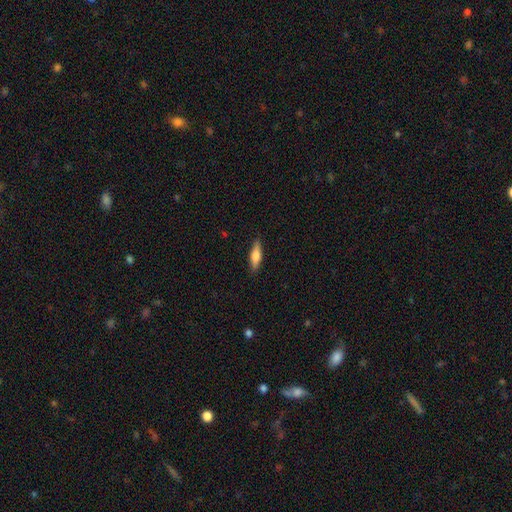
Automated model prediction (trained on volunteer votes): Smooth or featured? smooth (61%)
How rounded? cigar-shaped (59%)
Merging? none (87%)